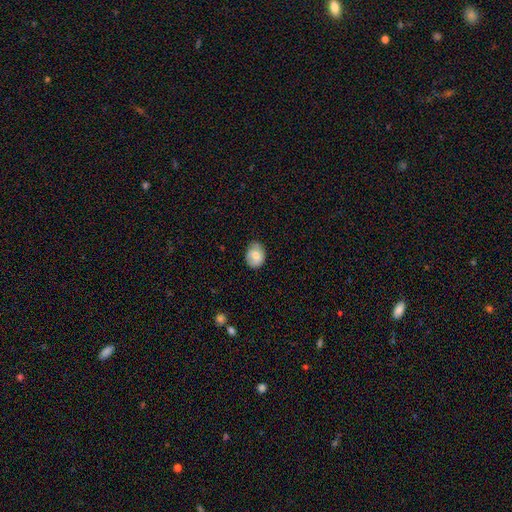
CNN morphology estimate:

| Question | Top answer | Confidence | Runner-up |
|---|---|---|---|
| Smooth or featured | smooth | 75% | featured or disk (17%) |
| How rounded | in between | 56% | round (43%) |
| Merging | none | 71% | minor disturbance (24%) |